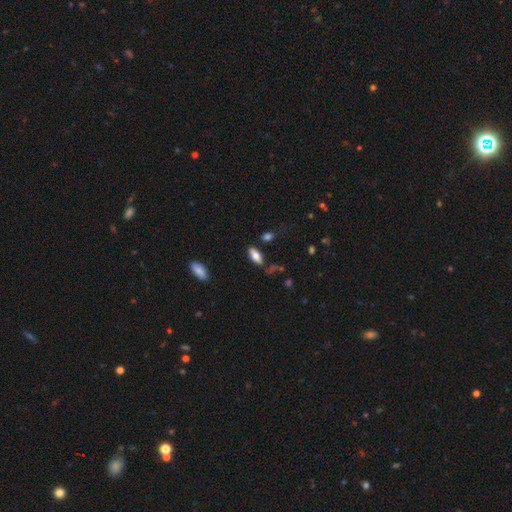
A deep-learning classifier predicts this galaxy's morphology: This is likely a smooth galaxy (71%). How rounded: clearly in between (80%). Merging: likely none (74%).